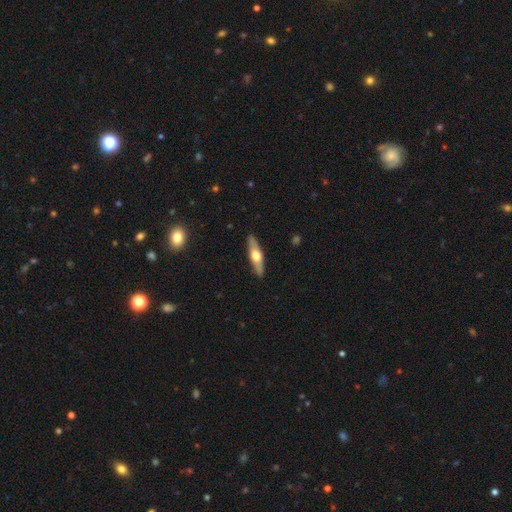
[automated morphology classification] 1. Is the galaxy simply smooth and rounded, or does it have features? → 54% featured or disk, 41% smooth, 5% star or artifact.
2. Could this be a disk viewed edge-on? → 89% yes, 11% no.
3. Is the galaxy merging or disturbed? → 90% none, 8% minor disturbance, 2% major disturbance, 1% merger.